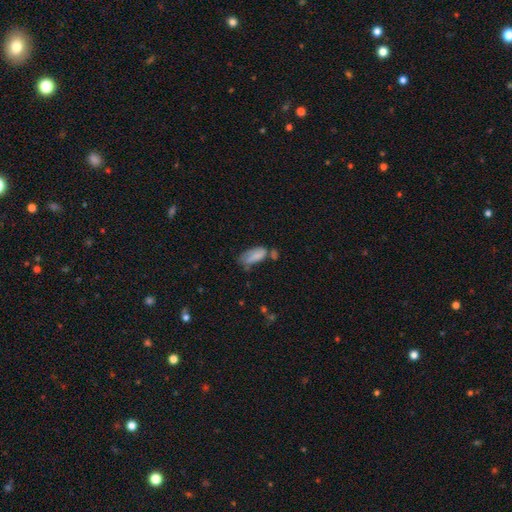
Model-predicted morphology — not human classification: Smooth or featured?
  - smooth: 78% *
  - featured or disk: 14%
  - star or artifact: 8%
How rounded?
  - in between: 82% *
  - cigar-shaped: 15%
  - round: 2%
Merging?
  - none: 36% *
  - minor disturbance: 31%
  - major disturbance: 16%
  - merger: 16%